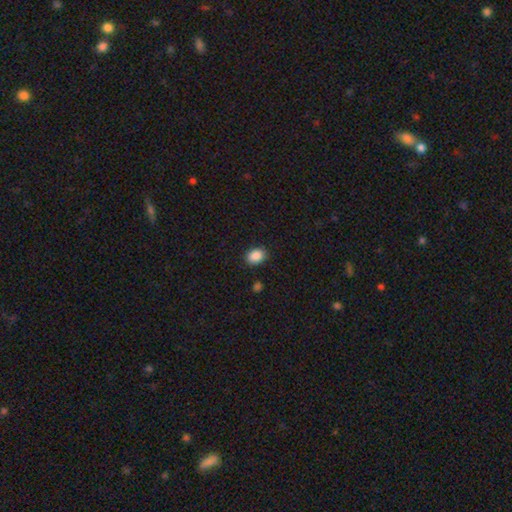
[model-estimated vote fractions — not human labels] smooth 88%, star or artifact 8%, featured or disk 3%. Down the decision tree: how rounded — in between (74%); merging — none (87%).